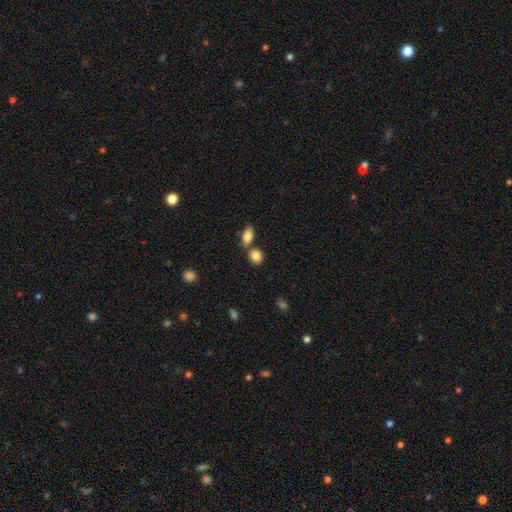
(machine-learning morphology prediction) A smooth galaxy with no disk features (84%) that is round (59%). Merging: none (65%).